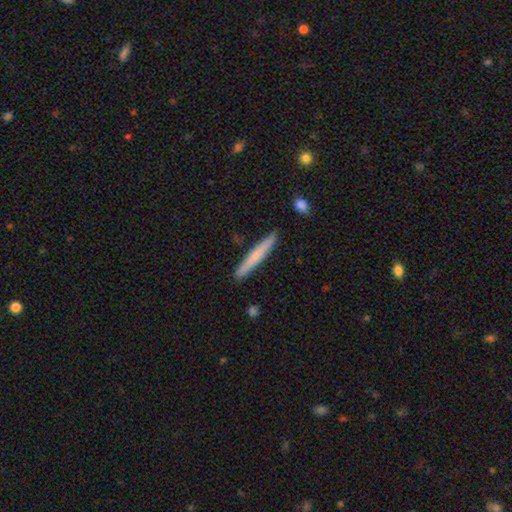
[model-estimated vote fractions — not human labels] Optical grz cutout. It shows a smooth galaxy with no disk features (68%) that is cigar-shaped (96%). Merging: none (89%).